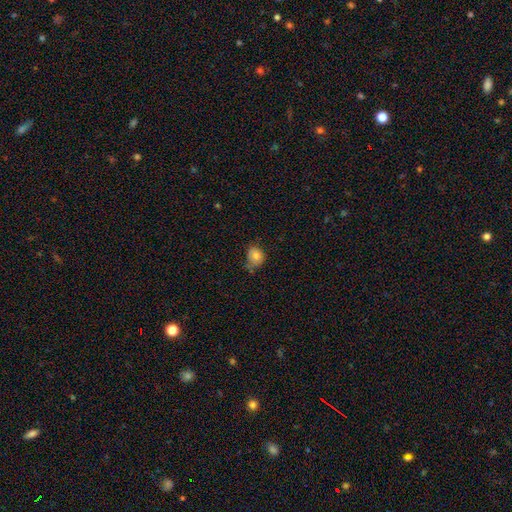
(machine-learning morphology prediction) Overall: smooth (78%). How rounded: round (59%; in between 40%). Merging: none (54%; minor disturbance 32%).